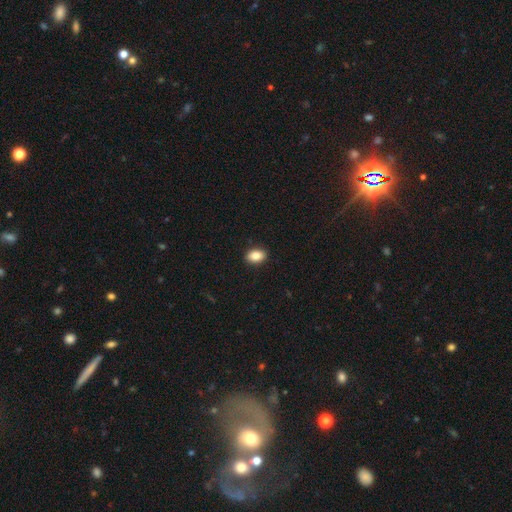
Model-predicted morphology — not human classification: This appears to be a smooth galaxy with no disk features (87%) that is in between round and cigar-shaped (84%). Merging: none (90%).